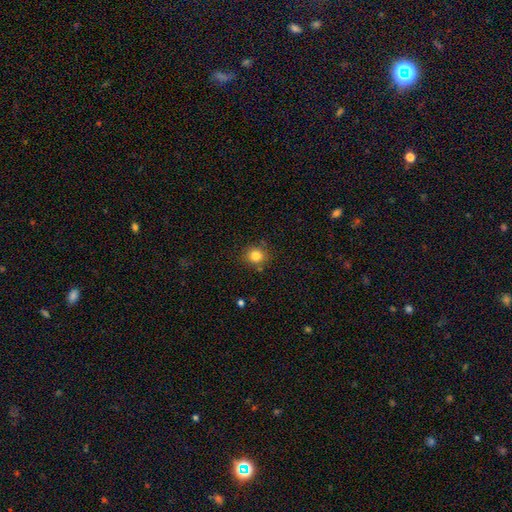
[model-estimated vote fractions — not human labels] A smooth galaxy with no disk features (83%) that is round (85%).

Vote fractions:
- Smooth or featured? smooth: 83% / star or artifact: 11% / featured or disk: 6%
- How rounded? round: 85% / in between: 14% / cigar-shaped: 1%
- Merging? none: 82% / minor disturbance: 11% / merger: 4% / major disturbance: 3%